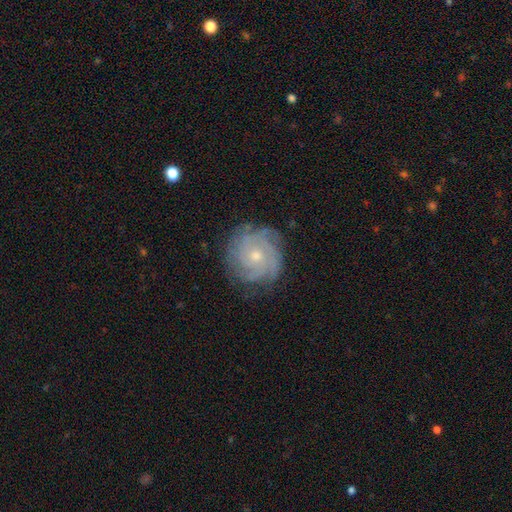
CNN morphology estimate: Smooth or featured? Predicted: featured or disk (p=0.80). Edge-on disk? Predicted: no (p=0.98). Bar? Predicted: no (p=0.80). Spiral arms? Predicted: yes (p=0.96). Spiral winding? Predicted: tight (p=0.77). Spiral arm count? Predicted: can't tell (p=0.31). Bulge size? Predicted: small (p=0.55). Merging? Predicted: none (p=0.81).